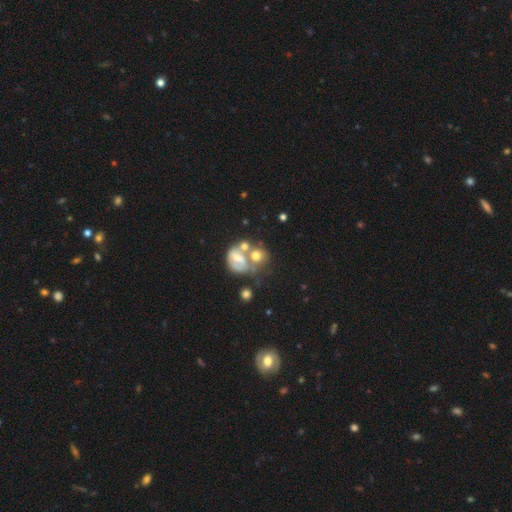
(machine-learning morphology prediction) Q: Smooth or featured?
A: smooth (54%); runner-up: featured or disk (33%)
Q: How rounded?
A: round (68%); runner-up: in between (31%)
Q: Merging?
A: merger (53%); runner-up: none (27%)